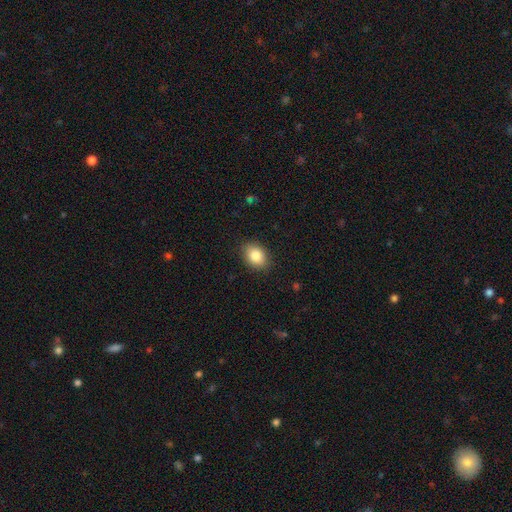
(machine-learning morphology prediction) smooth 85%, star or artifact 8%, featured or disk 7%. Down the decision tree: how rounded — in between (76%); merging — none (88%).